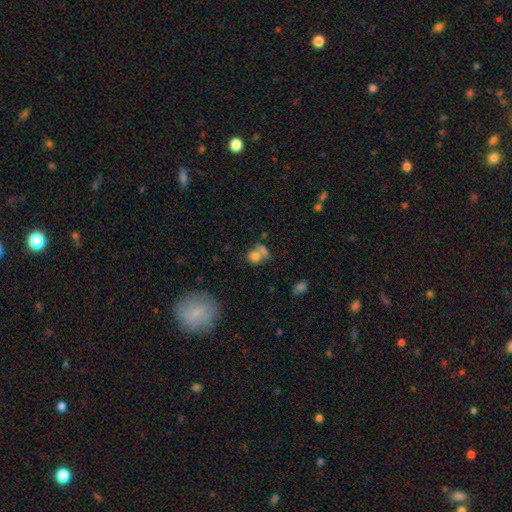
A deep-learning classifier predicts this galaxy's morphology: Smooth or featured: smooth — 77% (featured or disk — 12%)
How rounded: round — 73% (in between — 25%)
Merging: merger — 43% (none — 39%)